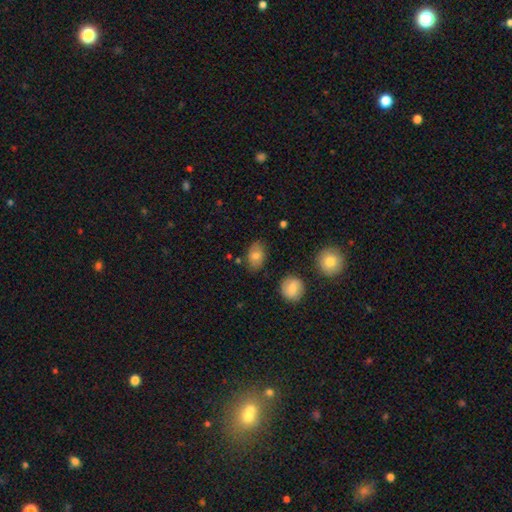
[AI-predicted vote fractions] Smooth or featured: smooth — 74% (featured or disk — 16%)
How rounded: in between — 80% (round — 19%)
Merging: none — 80% (minor disturbance — 14%)